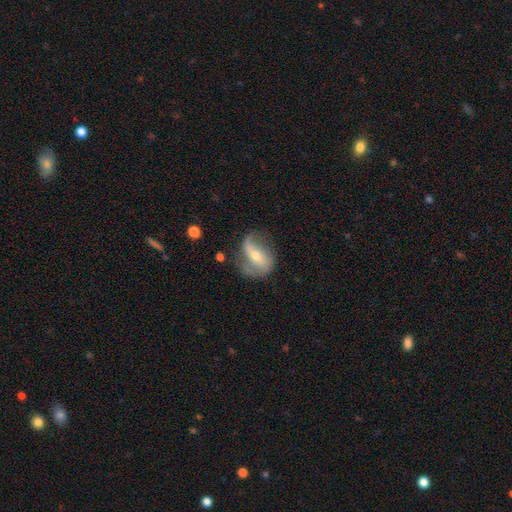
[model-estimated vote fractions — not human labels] A featured or disk galaxy (74%) with a strong bar (37%), 2 (75%) loose (58%) spiral arms (86%) and a moderate central bulge (52%).

Vote fractions:
- Smooth or featured? featured or disk: 74% / smooth: 19% / star or artifact: 7%
- Edge-on disk? no: 95% / yes: 5%
- Bar? strong: 37% / weak: 36% / no: 27%
- Spiral arms? yes: 86% / no: 14%
- Spiral winding? loose: 58% / medium: 30% / tight: 12%
- Spiral arm count? 2: 75% / 1: 15% / can't tell: 7% / 3: 1% / 4: 1% / more than 4: 1%
- Bulge size? moderate: 52% / small: 44% / large: 2% / none: 2% / dominant: 1%
- Merging? none: 54% / minor disturbance: 26% / major disturbance: 17% / merger: 3%